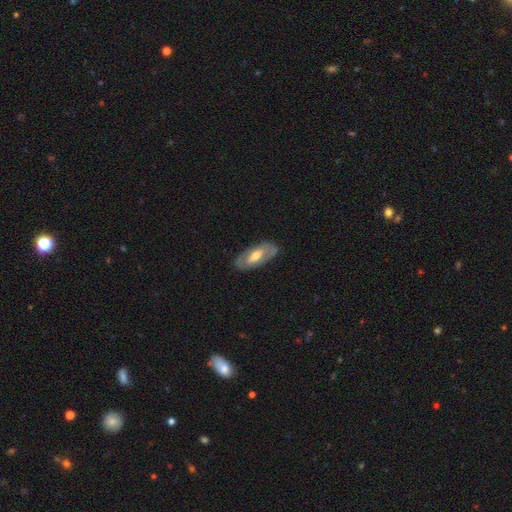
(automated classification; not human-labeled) This appears to be a featured or disk galaxy (59%) with a weak bar (37%), no spiral arms (59%) and a moderate central bulge (66%). Merging: none (83%).